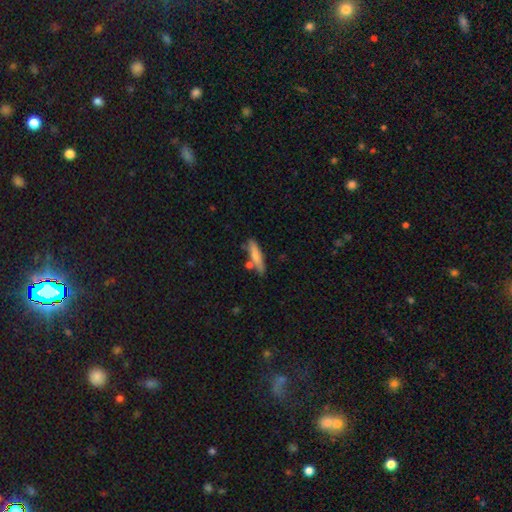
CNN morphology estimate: smooth_or_featured: smooth (p=0.71) [alt: featured or disk p=0.23]
how_rounded: cigar-shaped (p=0.81) [alt: in between p=0.17]
merging: none (p=0.70) [alt: minor disturbance p=0.15]